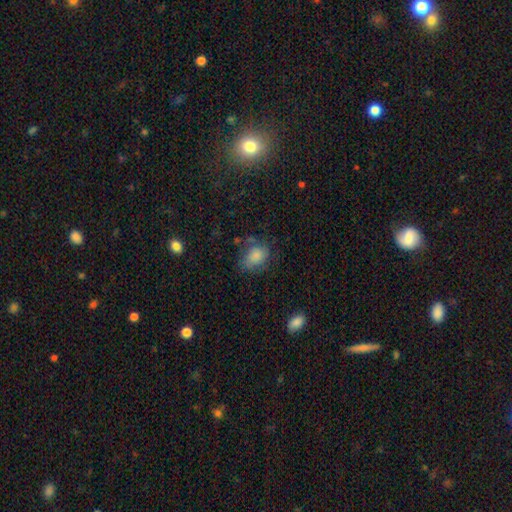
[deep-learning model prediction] A smooth galaxy with no disk features (78%) that is in between round and cigar-shaped (64%).

Vote fractions:
- Smooth or featured? smooth: 78% / featured or disk: 14% / star or artifact: 9%
- How rounded? in between: 64% / round: 34% / cigar-shaped: 1%
- Merging? none: 60% / minor disturbance: 24% / major disturbance: 12% / merger: 4%